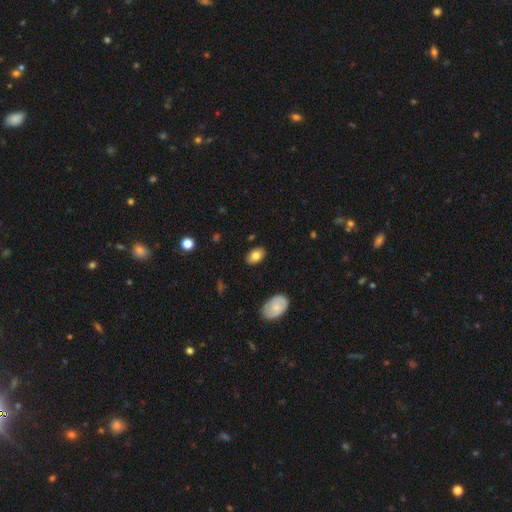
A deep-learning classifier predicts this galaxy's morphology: A smooth galaxy with no disk features (81%) that is in between round and cigar-shaped (88%).

Vote fractions:
- Smooth or featured? smooth: 81% / featured or disk: 12% / star or artifact: 8%
- How rounded? in between: 88% / round: 10% / cigar-shaped: 1%
- Merging? none: 87% / minor disturbance: 10% / major disturbance: 2% / merger: 1%